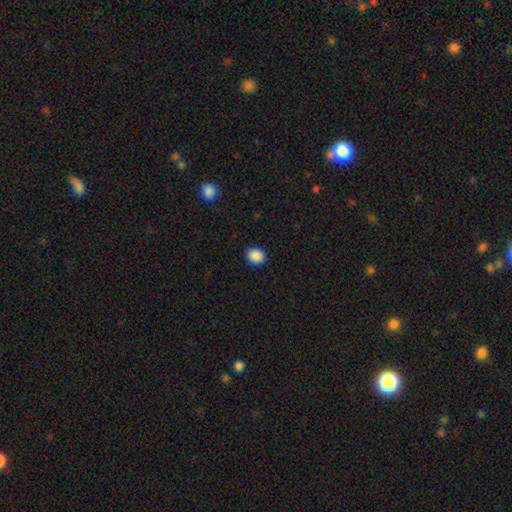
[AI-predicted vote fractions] Overall: smooth (89%). How rounded: round (68%; in between 31%). Merging: none (90%).